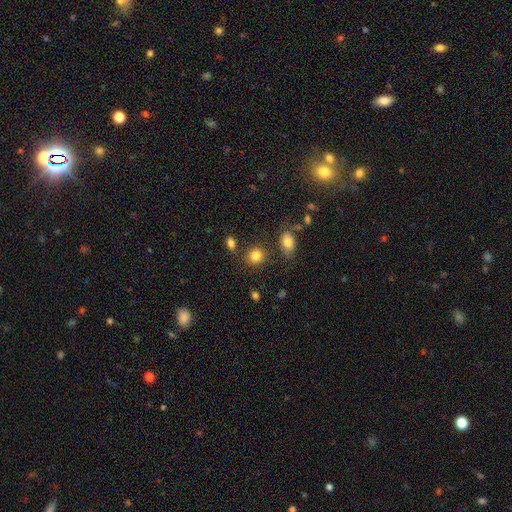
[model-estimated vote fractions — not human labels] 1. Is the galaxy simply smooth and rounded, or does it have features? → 83% smooth, 11% star or artifact, 6% featured or disk.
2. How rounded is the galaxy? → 77% round, 22% in between, 1% cigar-shaped.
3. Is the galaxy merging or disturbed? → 79% none, 10% minor disturbance, 7% merger, 4% major disturbance.